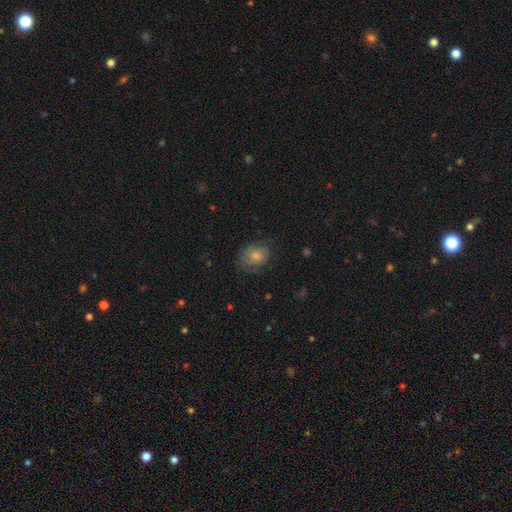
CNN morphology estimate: smooth-or-featured: smooth: 69% | featured or disk: 23% | star or artifact: 8%
  how-rounded: in between: 66% | round: 33% | cigar-shaped: 1%
  merging: none: 61% | minor disturbance: 26% | major disturbance: 12% | merger: 1%